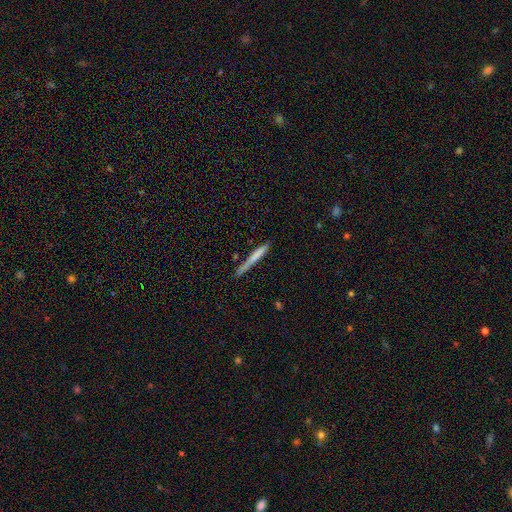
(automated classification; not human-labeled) Smooth or featured: smooth — 69% (featured or disk — 25%)
How rounded: cigar-shaped — 96% (in between — 3%)
Merging: none — 72% (minor disturbance — 19%)